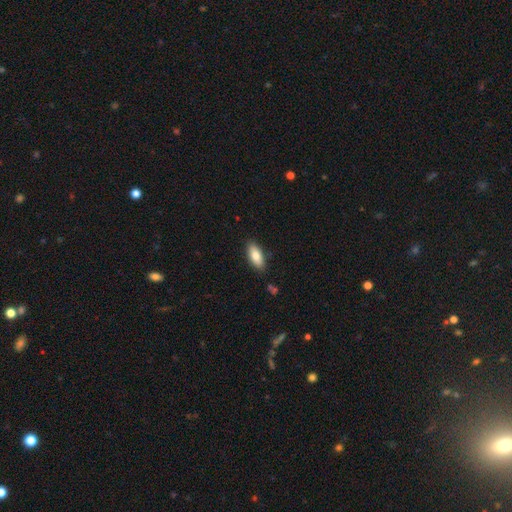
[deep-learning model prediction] Smooth or featured?
  - smooth: 82% *
  - featured or disk: 12%
  - star or artifact: 6%
How rounded?
  - in between: 83% *
  - cigar-shaped: 15%
  - round: 2%
Merging?
  - none: 86% *
  - minor disturbance: 11%
  - major disturbance: 2%
  - merger: 2%